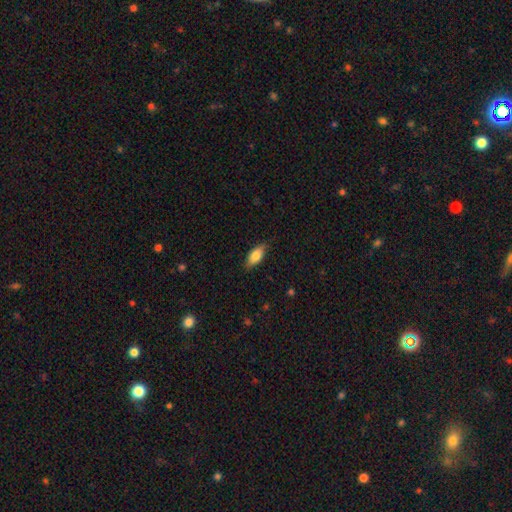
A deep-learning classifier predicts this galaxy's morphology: smooth 78%, featured or disk 15%, star or artifact 6%. Down the decision tree: how rounded — in between (84%); merging — none (80%).